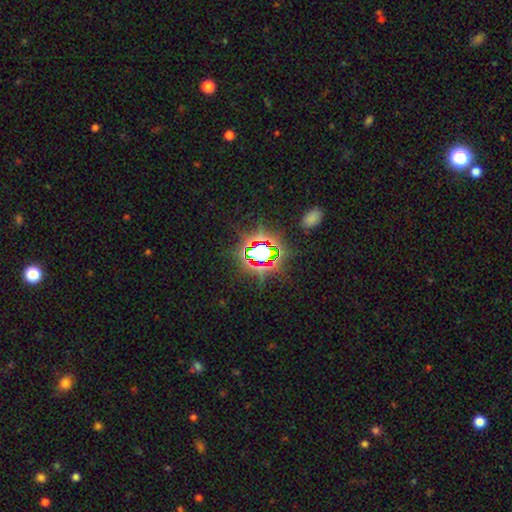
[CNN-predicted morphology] This is likely a star or artifact rather than a galaxy (78%).